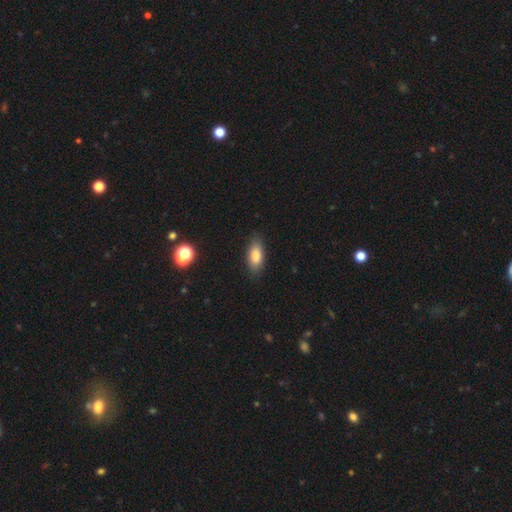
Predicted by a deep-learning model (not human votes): The model was most divided on "merging": none: 84%, minor disturbance: 12%, major disturbance: 3%, merger: 1%. More confident: how rounded — in between (84%); smooth or featured — smooth (82%).